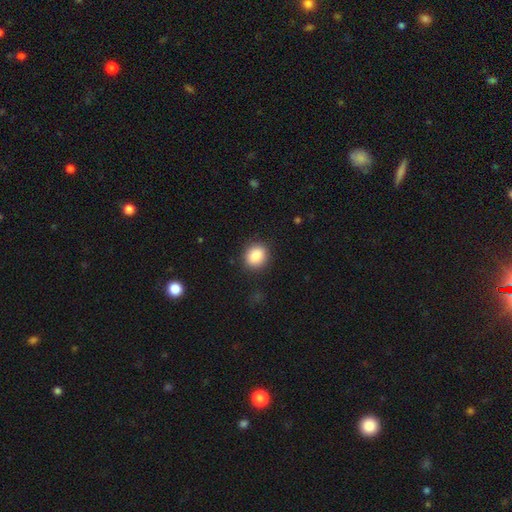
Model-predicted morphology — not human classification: The model was most divided on "how rounded": round: 70%, in between: 29%, cigar-shaped: 1%. More confident: merging — none (89%); smooth or featured — smooth (86%).